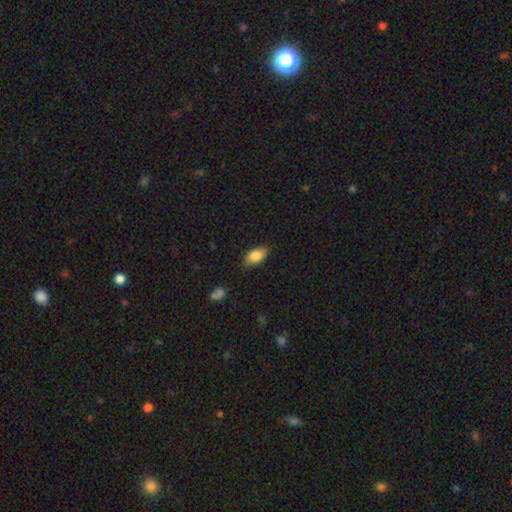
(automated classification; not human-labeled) Overall: smooth (85%). How rounded: in between (92%). Merging: none (83%).